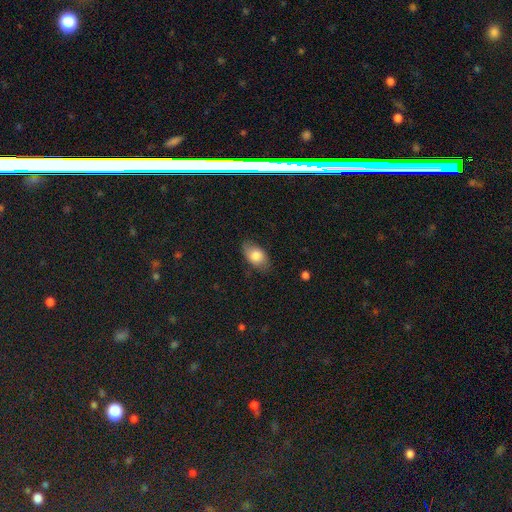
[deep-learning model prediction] Smooth or featured: smooth — 80% (featured or disk — 13%)
How rounded: in between — 91% (round — 7%)
Merging: none — 76% (minor disturbance — 19%)